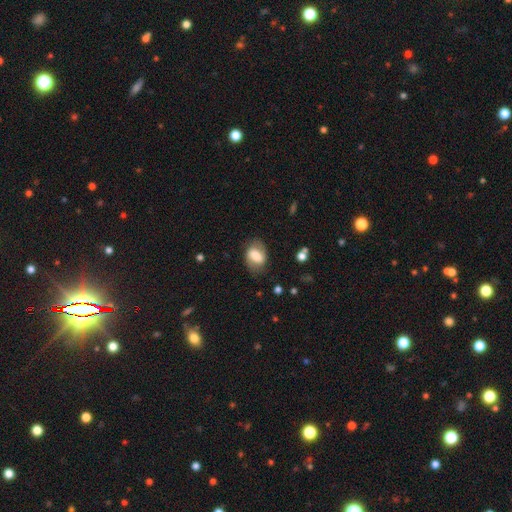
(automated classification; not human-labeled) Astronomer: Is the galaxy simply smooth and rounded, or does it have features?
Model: smooth — 53% (runner-up: featured or disk, 39%).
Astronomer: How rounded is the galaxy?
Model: in between — 80%.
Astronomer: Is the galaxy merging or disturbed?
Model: none — 74%.